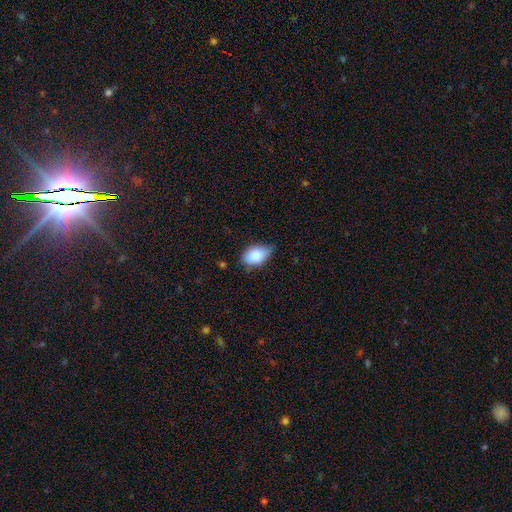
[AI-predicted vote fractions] smooth_or_featured: smooth (p=0.86) [alt: featured or disk p=0.07]
how_rounded: in between (p=0.90) [alt: round p=0.08]
merging: none (p=0.63) [alt: minor disturbance p=0.31]